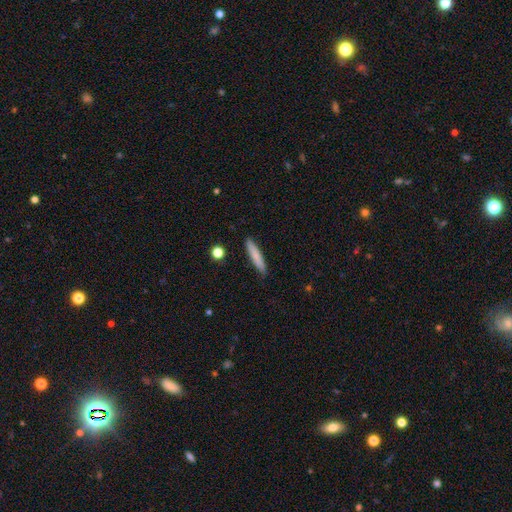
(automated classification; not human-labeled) Smooth or featured? Predicted: smooth (p=0.78). How rounded? Predicted: cigar-shaped (p=0.90). Merging? Predicted: none (p=0.87).